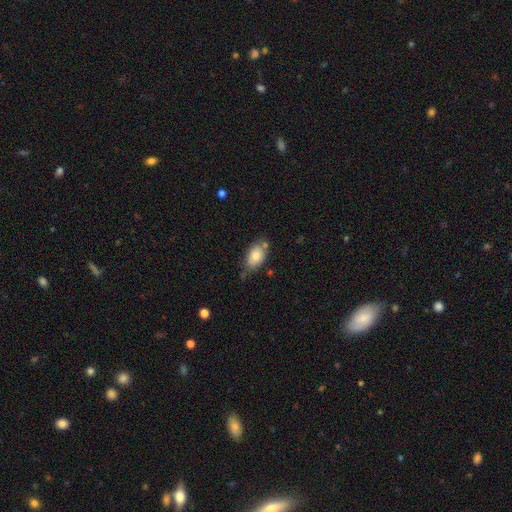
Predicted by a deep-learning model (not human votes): Smooth or featured: smooth — 80% (featured or disk — 13%)
How rounded: in between — 90% (round — 8%)
Merging: none — 64% (minor disturbance — 23%)